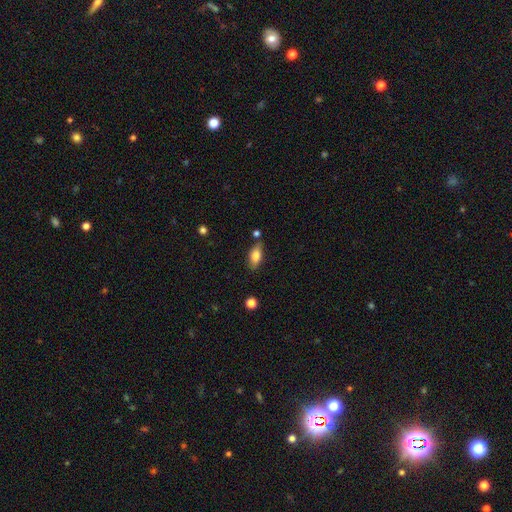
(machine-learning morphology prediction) The model was most divided on "smooth or featured": smooth: 75%, featured or disk: 17%, star or artifact: 8%. More confident: how rounded — in between (83%); merging — none (75%).